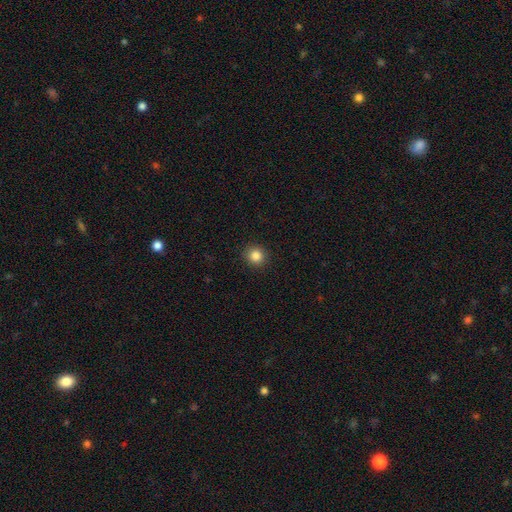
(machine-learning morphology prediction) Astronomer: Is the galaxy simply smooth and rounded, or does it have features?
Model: smooth — 86%.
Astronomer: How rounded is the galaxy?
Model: round — 90%.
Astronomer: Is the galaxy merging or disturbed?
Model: none — 92%.